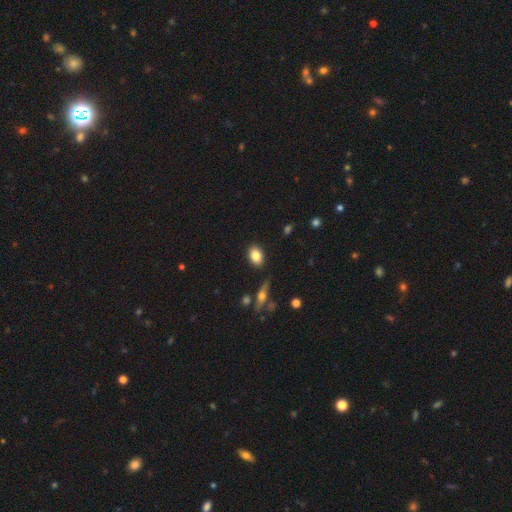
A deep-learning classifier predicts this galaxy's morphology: A smooth galaxy with no disk features (83%) that is in between round and cigar-shaped (84%). Merging: none (86%).